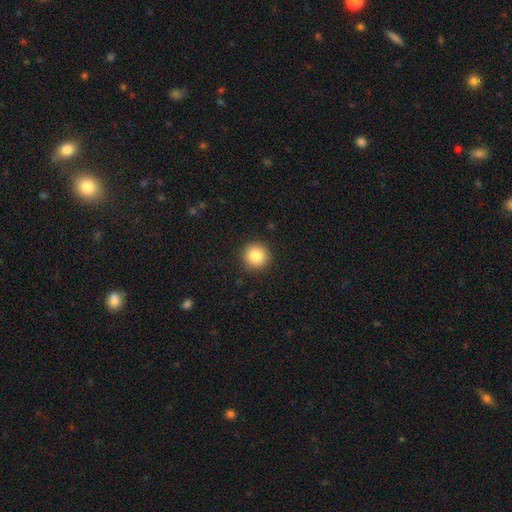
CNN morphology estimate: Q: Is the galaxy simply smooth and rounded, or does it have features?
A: smooth — 85%.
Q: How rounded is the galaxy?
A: round — 95%.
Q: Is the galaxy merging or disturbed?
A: none — 92%.